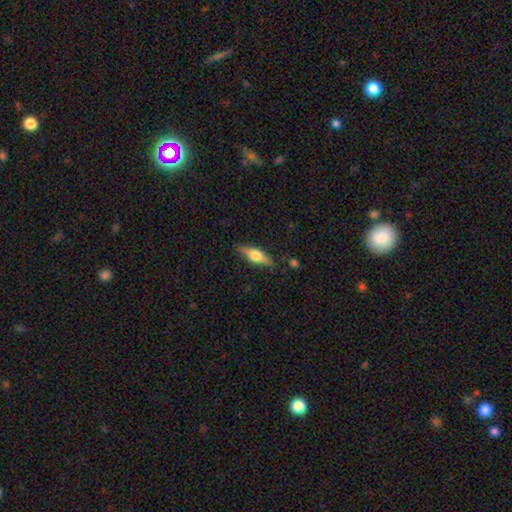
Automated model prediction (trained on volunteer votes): Morphology: type=smooth (47%); merging=none (84%).